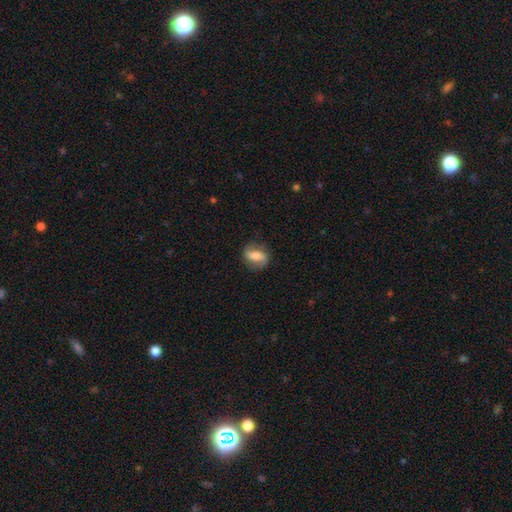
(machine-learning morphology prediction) The model was most divided on "bar": weak: 38%, strong: 36%, no: 26%. Remaining: edge-on disk — no (95%); spiral arms — yes (86%); merging — none (76%); smooth or featured — featured or disk (53%); bulge size — moderate (39%).